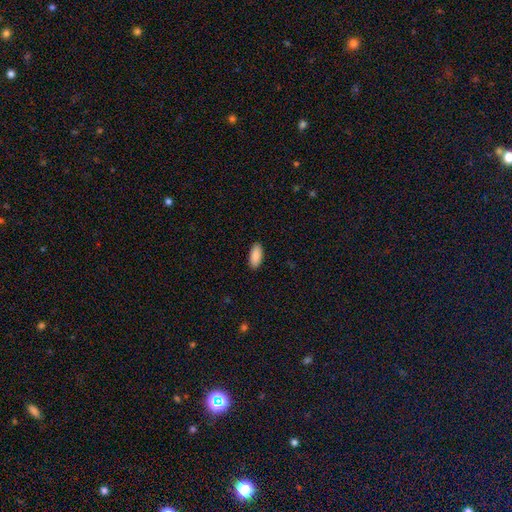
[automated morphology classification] Overall: smooth (90%). How rounded: in between (88%). Merging: none (90%).